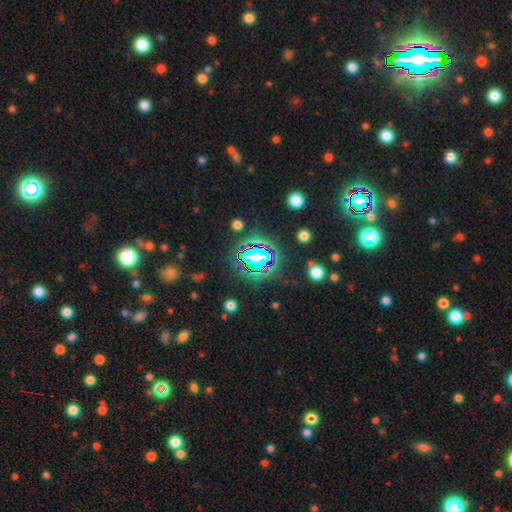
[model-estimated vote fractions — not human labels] Smooth or featured? Predicted: star or artifact (p=0.77).